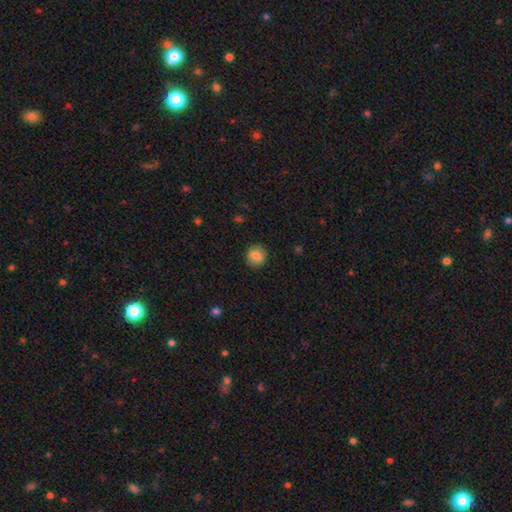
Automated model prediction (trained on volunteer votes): smooth-or-featured: smooth: 85% | star or artifact: 9% | featured or disk: 6%
  how-rounded: round: 89% | in between: 10% | cigar-shaped: 1%
  merging: none: 90% | minor disturbance: 7% | major disturbance: 2% | merger: 1%